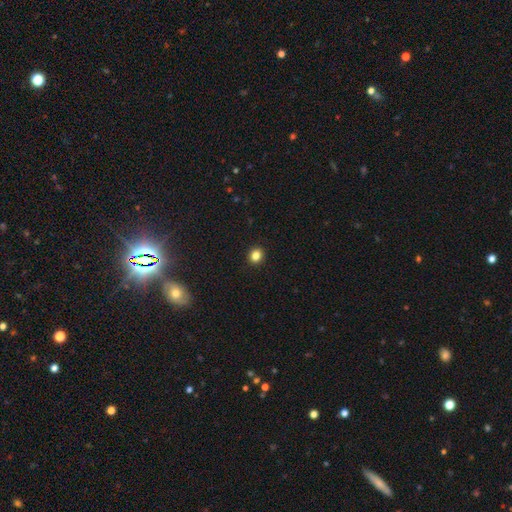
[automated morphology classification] smooth-or-featured: smooth: 83% | star or artifact: 12% | featured or disk: 5%
  how-rounded: round: 84% | in between: 15% | cigar-shaped: 1%
  merging: none: 93% | minor disturbance: 5% | major disturbance: 1% | merger: 1%